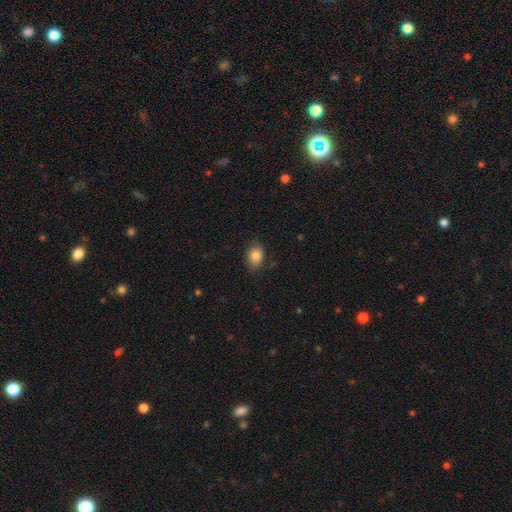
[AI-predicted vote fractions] The model was most divided on "how rounded": in between: 78%, round: 21%, cigar-shaped: 1%. More confident: smooth or featured — smooth (84%); merging — none (80%).